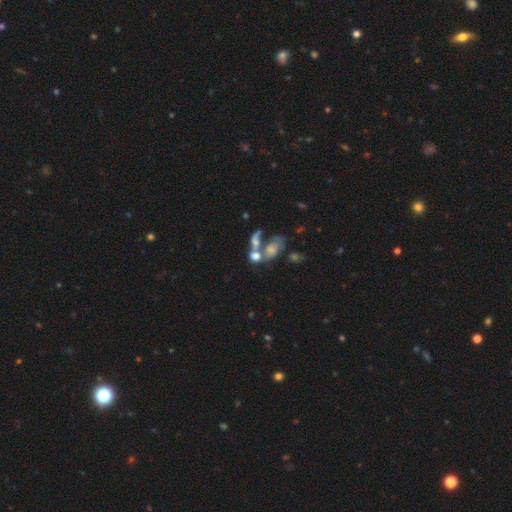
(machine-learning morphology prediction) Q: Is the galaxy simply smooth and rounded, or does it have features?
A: smooth — 54%.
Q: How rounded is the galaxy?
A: in between — 65%.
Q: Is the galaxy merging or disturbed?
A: merger — 62%.